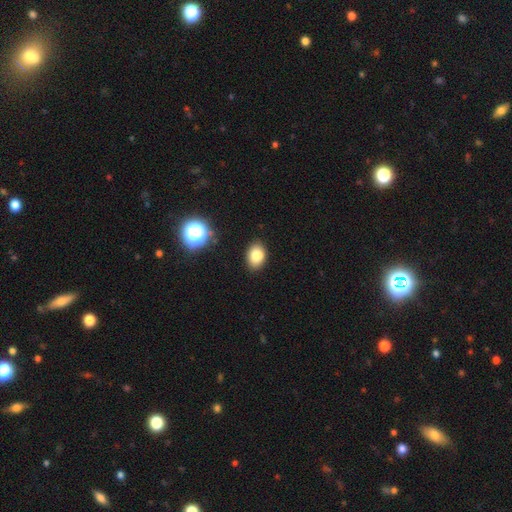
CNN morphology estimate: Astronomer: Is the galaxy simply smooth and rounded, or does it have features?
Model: smooth — 83%.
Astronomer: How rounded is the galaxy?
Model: in between — 76%.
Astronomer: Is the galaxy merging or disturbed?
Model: none — 85%.